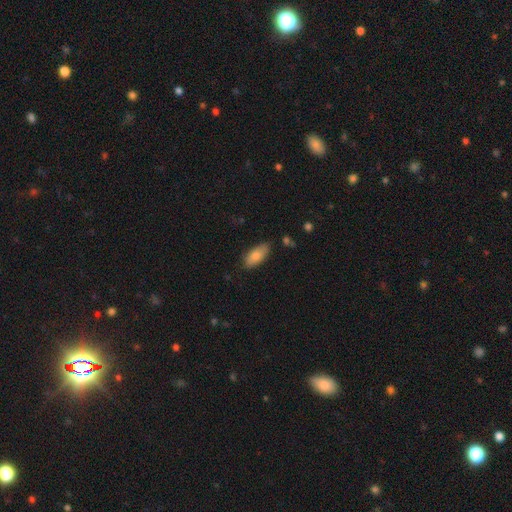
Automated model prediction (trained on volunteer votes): A smooth galaxy with no disk features (82%) that is in between round and cigar-shaped (88%). Merging: none (77%).